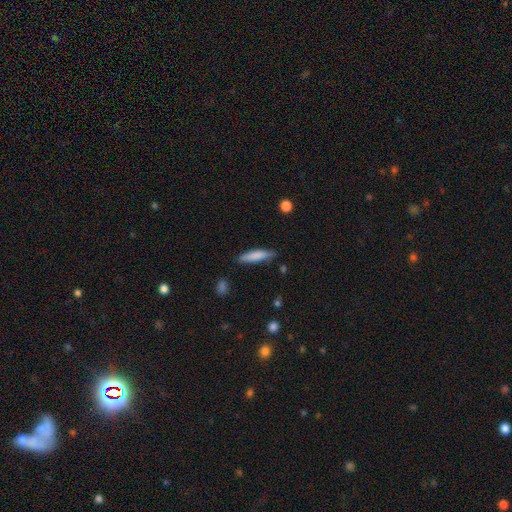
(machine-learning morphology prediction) Overall: smooth (79%). How rounded: cigar-shaped (79%). Merging: none (81%).